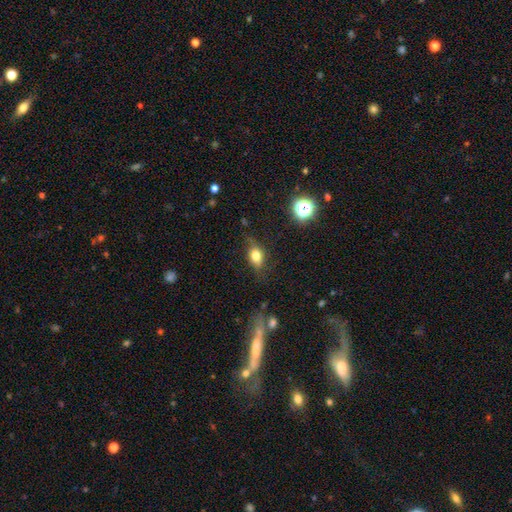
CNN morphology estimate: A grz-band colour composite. It shows a smooth galaxy with no disk features (73%) that is in between round and cigar-shaped (75%). Merging: none (66%).